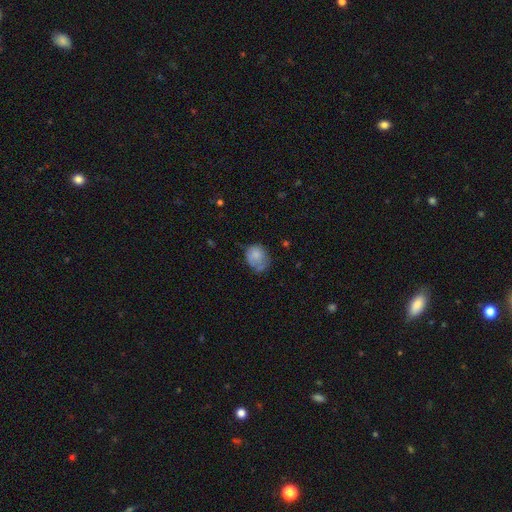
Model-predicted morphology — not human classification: smooth-or-featured: smooth: 73% | featured or disk: 19% | star or artifact: 9%
  how-rounded: round: 52% | in between: 47% | cigar-shaped: 1%
  merging: none: 43% | minor disturbance: 35% | major disturbance: 18% | merger: 4%